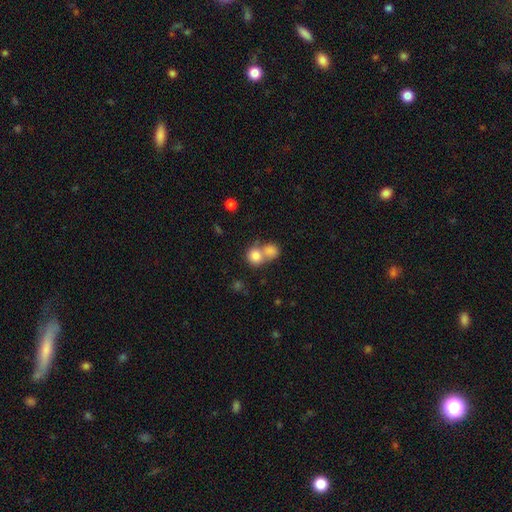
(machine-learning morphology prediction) smooth 81%, star or artifact 10%, featured or disk 9%. Down the decision tree: how rounded — round (82%); merging — merger (55%).